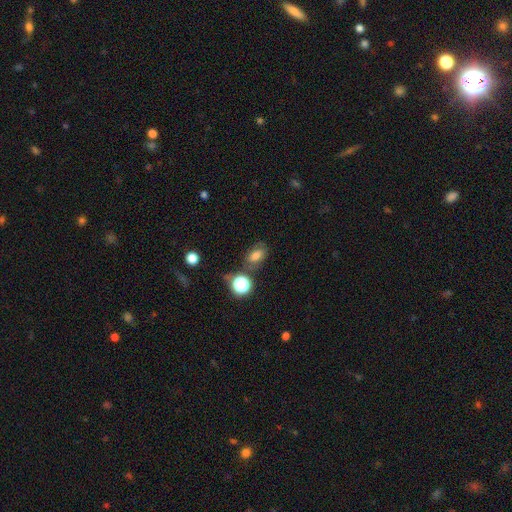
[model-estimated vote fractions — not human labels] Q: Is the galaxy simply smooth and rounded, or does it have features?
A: smooth — 65%.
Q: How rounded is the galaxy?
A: in between — 76%.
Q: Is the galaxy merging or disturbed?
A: none — 70%.